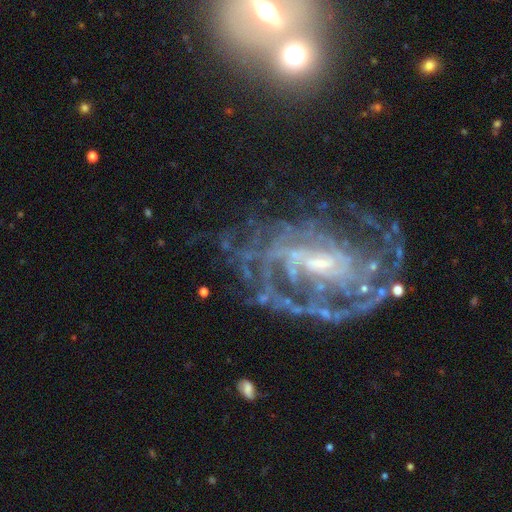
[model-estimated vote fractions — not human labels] Smooth or featured?
  - featured or disk: 86% *
  - star or artifact: 8%
  - smooth: 5%
Edge-on disk?
  - no: 97% *
  - yes: 3%
Bar?
  - weak: 44% *
  - no: 31%
  - strong: 24%
Spiral arms?
  - yes: 92% *
  - no: 8%
Spiral winding?
  - tight: 53% *
  - medium: 35%
  - loose: 12%
Spiral arm count?
  - can't tell: 36% *
  - 2: 21%
  - 3: 16%
  - 4: 11%
  - more than 4: 8%
  - 1: 8%
Bulge size?
  - small: 54% *
  - moderate: 32%
  - none: 9%
  - large: 4%
  - dominant: 1%
Merging?
  - none: 58% *
  - major disturbance: 20%
  - minor disturbance: 19%
  - merger: 4%